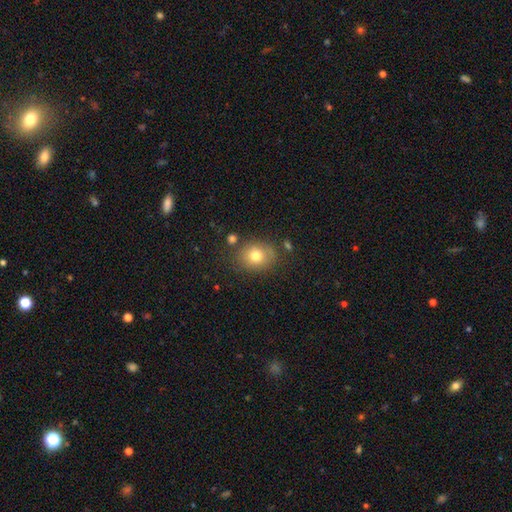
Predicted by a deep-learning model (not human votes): A smooth galaxy with no disk features (76%) that is round (58%). Merging: none (76%).